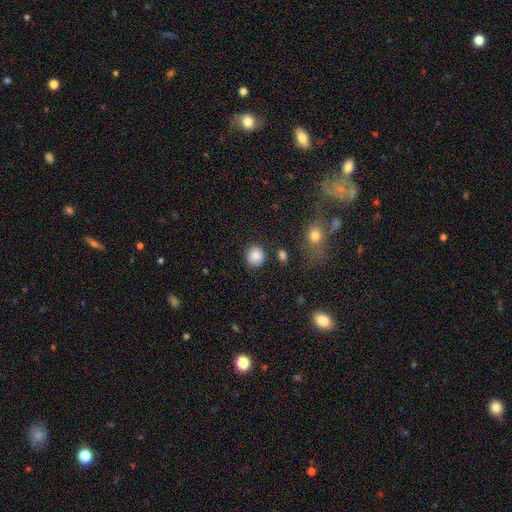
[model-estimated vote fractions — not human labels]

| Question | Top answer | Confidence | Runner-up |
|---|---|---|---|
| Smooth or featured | smooth | 85% | star or artifact (9%) |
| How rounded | round | 86% | in between (13%) |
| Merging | none | 86% | minor disturbance (8%) |